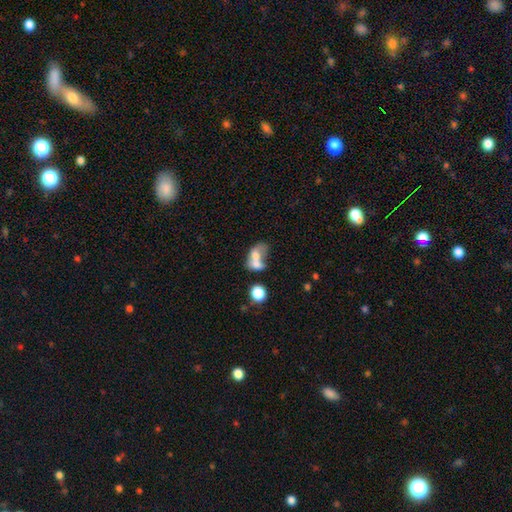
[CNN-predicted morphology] Smooth or featured: smooth — 60% (featured or disk — 29%)
How rounded: in between — 69% (round — 29%)
Merging: merger — 70% (none — 13%)